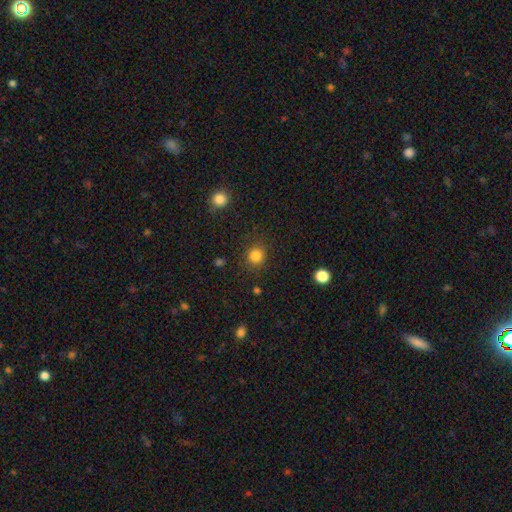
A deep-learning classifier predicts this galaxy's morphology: Overall: smooth (84%). How rounded: round (89%). Merging: none (87%).